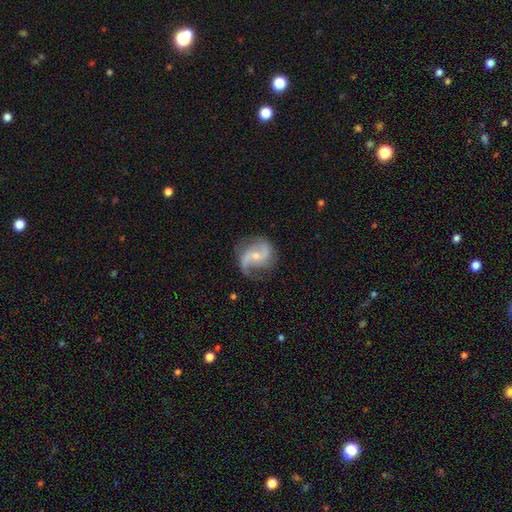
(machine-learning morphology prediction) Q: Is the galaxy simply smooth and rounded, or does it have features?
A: featured or disk — 88%.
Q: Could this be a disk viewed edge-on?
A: no — 98%.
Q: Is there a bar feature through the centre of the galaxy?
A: no — 43%.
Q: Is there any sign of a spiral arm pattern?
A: yes — 97%.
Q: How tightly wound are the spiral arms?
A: loose — 55%.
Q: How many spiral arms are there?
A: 2 — 89%.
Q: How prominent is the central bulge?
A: small — 62%.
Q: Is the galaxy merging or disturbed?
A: none — 73%.